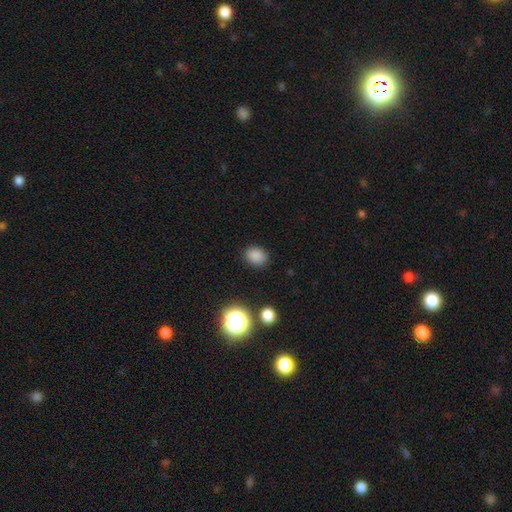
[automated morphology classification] Smooth or featured? smooth (83%)
How rounded? in between (54%)
Merging? none (86%)